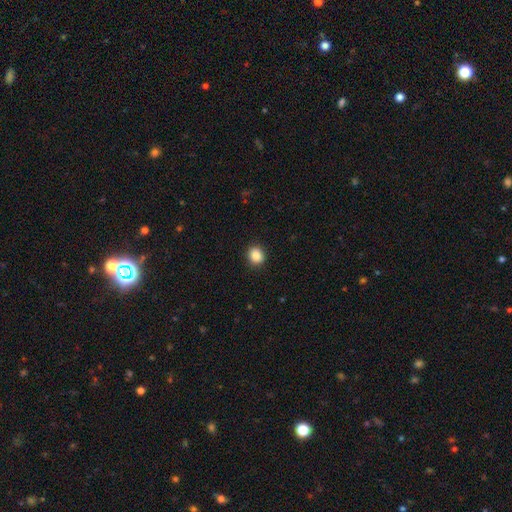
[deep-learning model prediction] The model was most divided on "how rounded": round: 71%, in between: 28%, cigar-shaped: 1%. More confident: merging — none (90%); smooth or featured — smooth (88%).